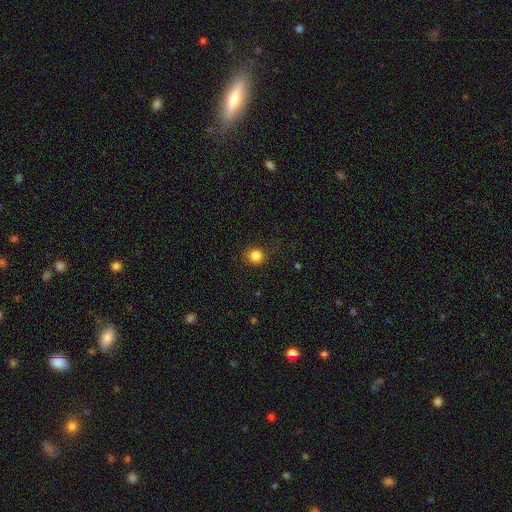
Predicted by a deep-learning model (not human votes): Smooth or featured? Predicted: smooth (p=0.83). How rounded? Predicted: round (p=0.89). Merging? Predicted: none (p=0.81).